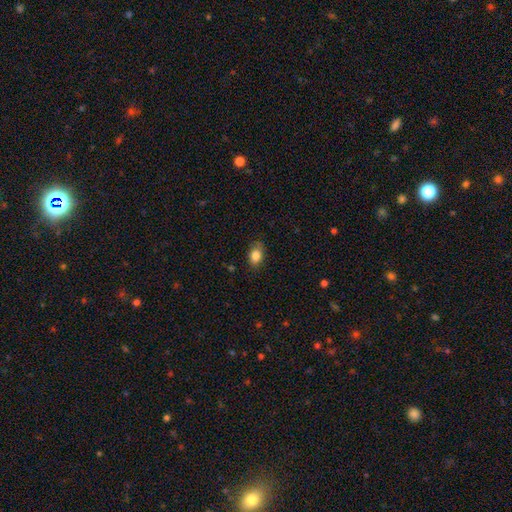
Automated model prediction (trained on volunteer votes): smooth_or_featured: smooth (p=0.84) [alt: star or artifact p=0.09]
how_rounded: in between (p=0.79) [alt: round p=0.20]
merging: none (p=0.78) [alt: minor disturbance p=0.17]